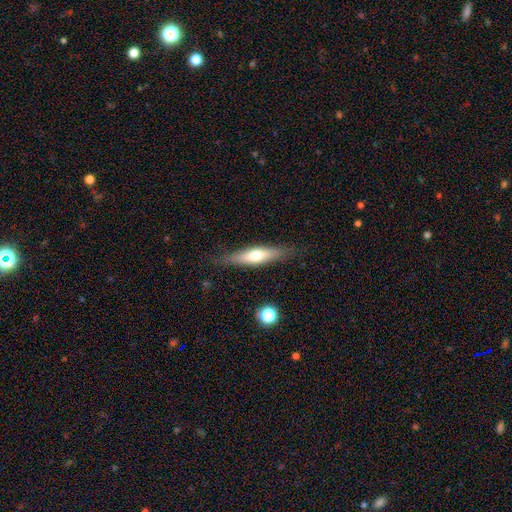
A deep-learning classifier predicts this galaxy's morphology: Smooth or featured: smooth — 53% (featured or disk — 41%)
How rounded: cigar-shaped — 68% (in between — 30%)
Merging: none — 80% (minor disturbance — 14%)